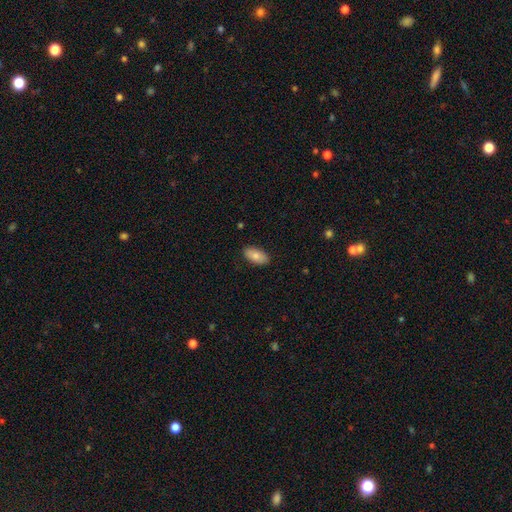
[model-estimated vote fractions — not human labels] Q: Smooth or featured?
A: smooth (81%); runner-up: featured or disk (13%)
Q: How rounded?
A: in between (93%); runner-up: cigar-shaped (4%)
Q: Merging?
A: none (88%); runner-up: minor disturbance (9%)